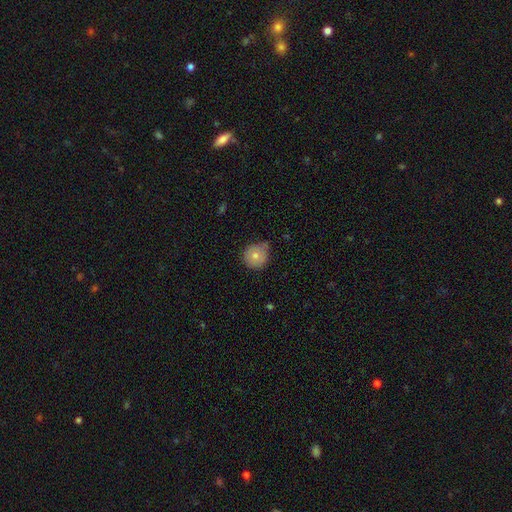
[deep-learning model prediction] smooth 75%, featured or disk 16%, star or artifact 9%. Down the decision tree: how rounded — round (90%); merging — none (60%).